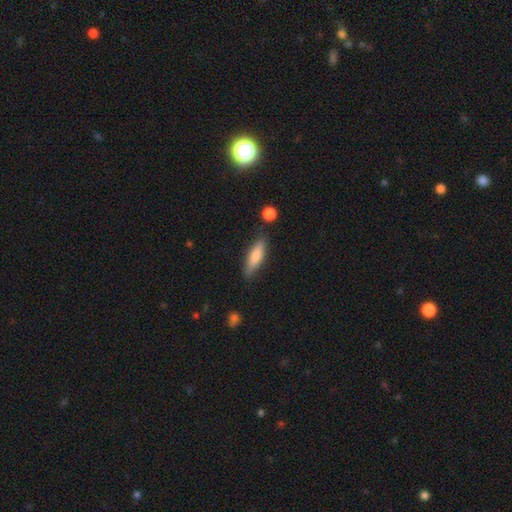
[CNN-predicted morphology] A smooth galaxy with no disk features (69%) that is cigar-shaped (65%).

Vote fractions:
- Smooth or featured? smooth: 69% / featured or disk: 24% / star or artifact: 6%
- How rounded? cigar-shaped: 65% / in between: 33% / round: 2%
- Merging? none: 81% / minor disturbance: 14% / major disturbance: 3% / merger: 3%